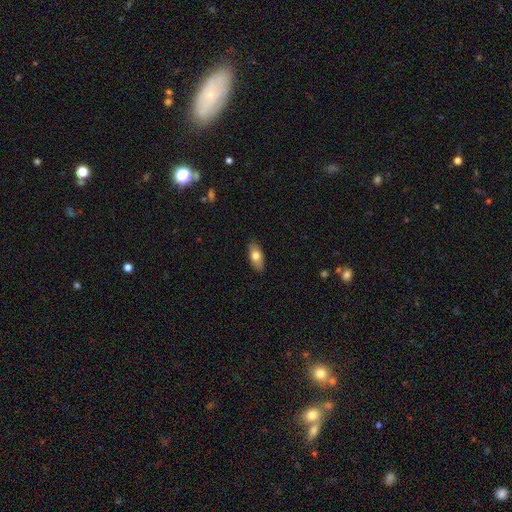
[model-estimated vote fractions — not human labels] The model was most divided on "smooth or featured": smooth: 73%, featured or disk: 20%, star or artifact: 6%. More confident: merging — none (88%); how rounded — in between (86%).